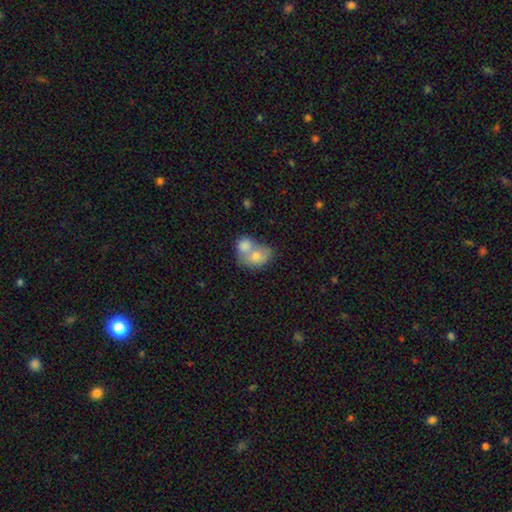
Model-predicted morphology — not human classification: smooth_or_featured: smooth (p=0.72) [alt: featured or disk p=0.20]
how_rounded: in between (p=0.54) [alt: round p=0.45]
merging: merger (p=0.72) [alt: none p=0.18]